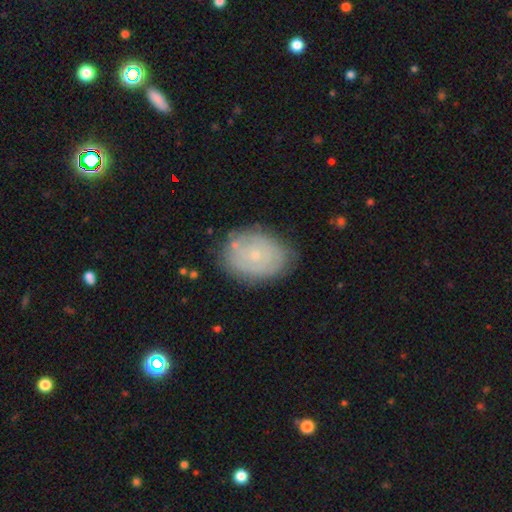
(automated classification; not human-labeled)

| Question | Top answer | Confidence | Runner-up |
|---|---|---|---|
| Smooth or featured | featured or disk | 49% | smooth (43%) |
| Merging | none | 75% | minor disturbance (18%) |